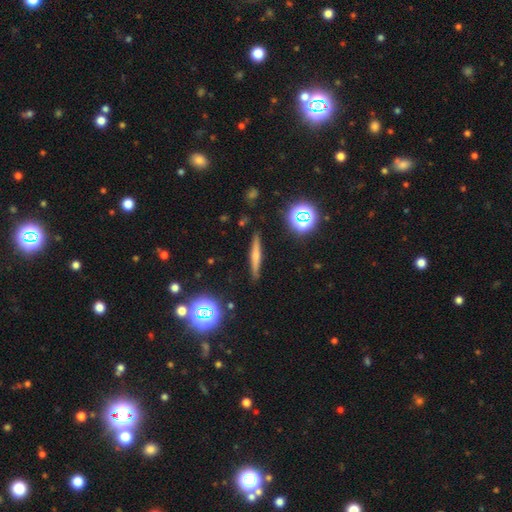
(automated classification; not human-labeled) Smooth or featured: smooth — 46% (featured or disk — 41%)
Merging: none — 87% (minor disturbance — 9%)